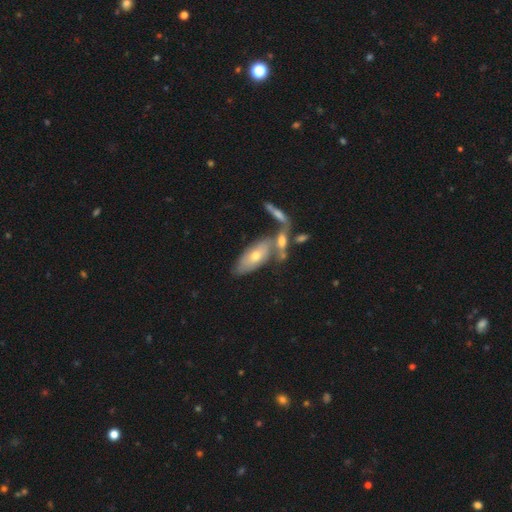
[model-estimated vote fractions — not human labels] smooth_or_featured: featured or disk (p=0.48) [alt: smooth p=0.42]
merging: none (p=0.44) [alt: merger p=0.36]